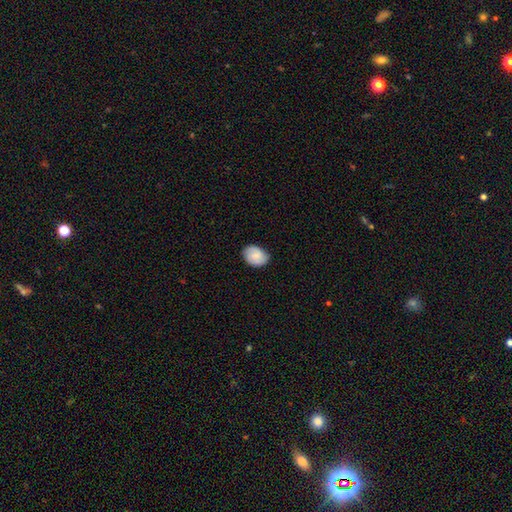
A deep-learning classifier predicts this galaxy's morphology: smooth 74%, featured or disk 19%, star or artifact 7%. Down the decision tree: how rounded — in between (66%); merging — none (77%).